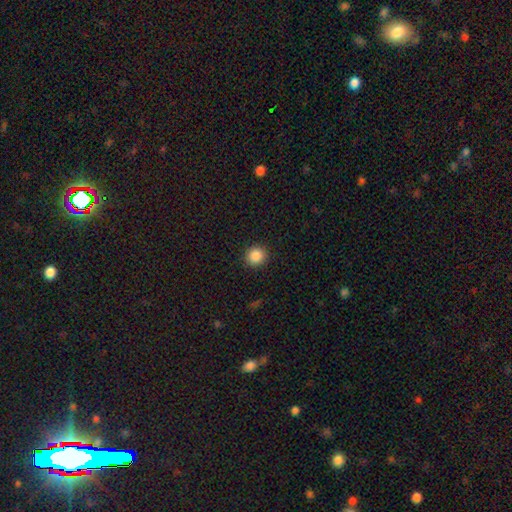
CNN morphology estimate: Smooth or featured? Predicted: smooth (p=0.87). How rounded? Predicted: round (p=0.88). Merging? Predicted: none (p=0.91).